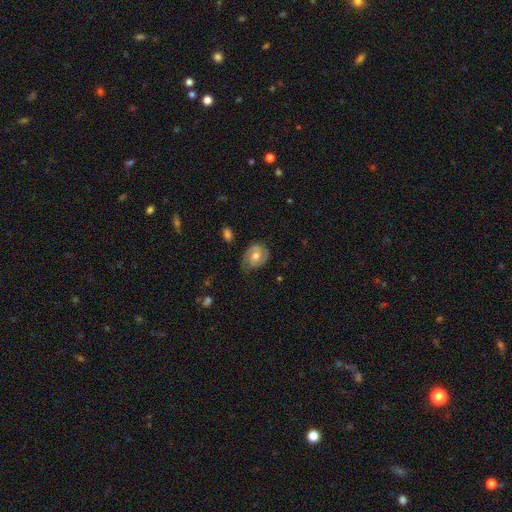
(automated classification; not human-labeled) featured or disk 67%, smooth 27%, star or artifact 7%. Down the decision tree: edge-on disk — no (97%); bar — no (59%); spiral arms — yes (85%); spiral arm count — 2 (72%); spiral winding — tight (47%); bulge size — moderate (74%); merging — none (63%).